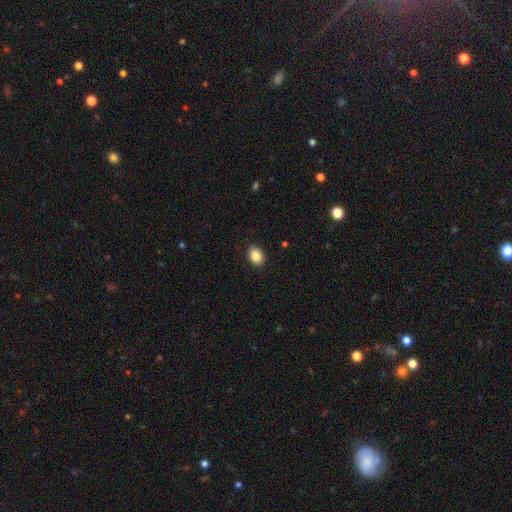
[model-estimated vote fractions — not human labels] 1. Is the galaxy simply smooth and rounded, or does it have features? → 87% smooth, 8% star or artifact, 4% featured or disk.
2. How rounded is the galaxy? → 72% in between, 27% round, 1% cigar-shaped.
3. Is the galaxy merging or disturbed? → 90% none, 7% minor disturbance, 2% major disturbance, 1% merger.